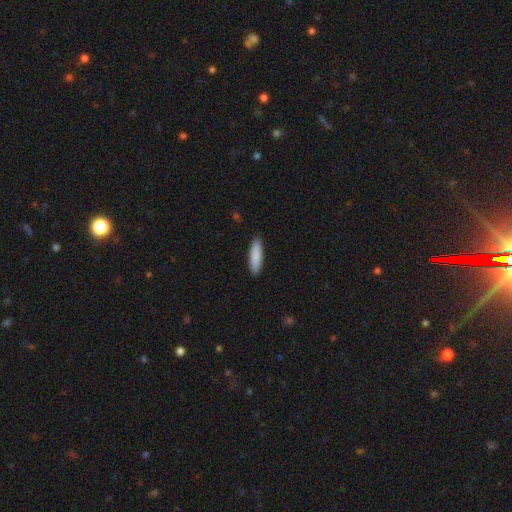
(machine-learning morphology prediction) Smooth or featured: smooth — 88% (featured or disk — 6%)
How rounded: cigar-shaped — 63% (in between — 35%)
Merging: none — 90% (minor disturbance — 7%)